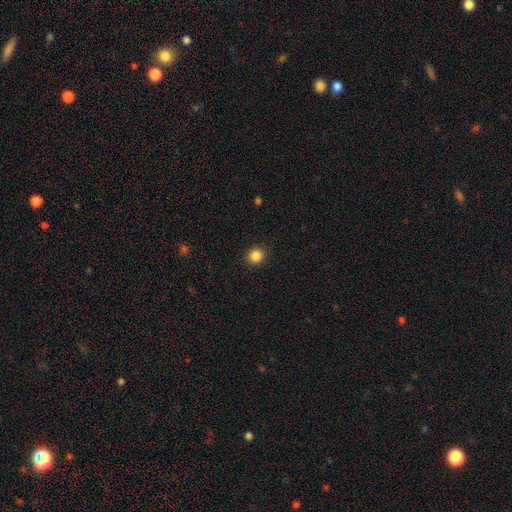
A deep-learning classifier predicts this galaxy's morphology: smooth_or_featured: smooth (p=0.86) [alt: star or artifact p=0.11]
how_rounded: round (p=0.87) [alt: in between p=0.12]
merging: none (p=0.91) [alt: minor disturbance p=0.06]